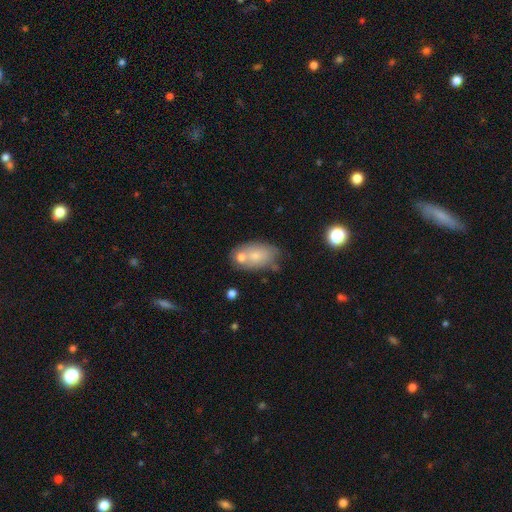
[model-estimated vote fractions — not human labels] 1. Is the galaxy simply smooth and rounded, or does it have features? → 69% smooth, 23% featured or disk, 8% star or artifact.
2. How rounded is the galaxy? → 90% in between, 8% round, 2% cigar-shaped.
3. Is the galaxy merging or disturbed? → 46% none, 30% merger, 19% minor disturbance, 6% major disturbance.